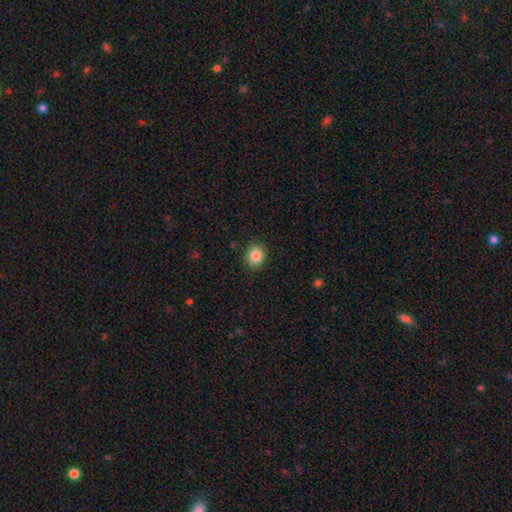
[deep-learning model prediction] The model was most divided on "how rounded": round: 68%, in between: 31%, cigar-shaped: 1%. More confident: merging — none (89%); smooth or featured — smooth (85%).